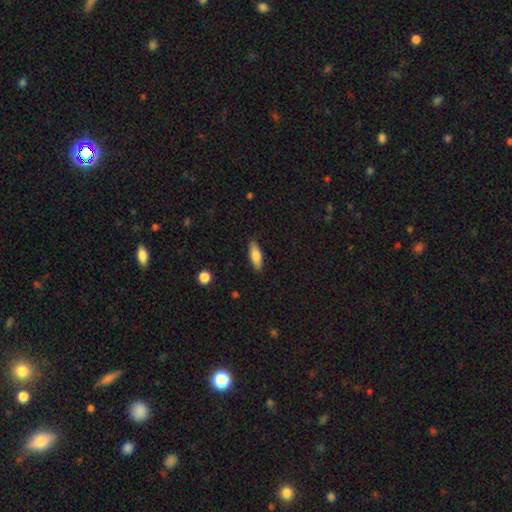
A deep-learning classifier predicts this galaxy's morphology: This is likely a smooth galaxy (78%). How rounded: likely in between (61%). Merging: clearly none (87%).